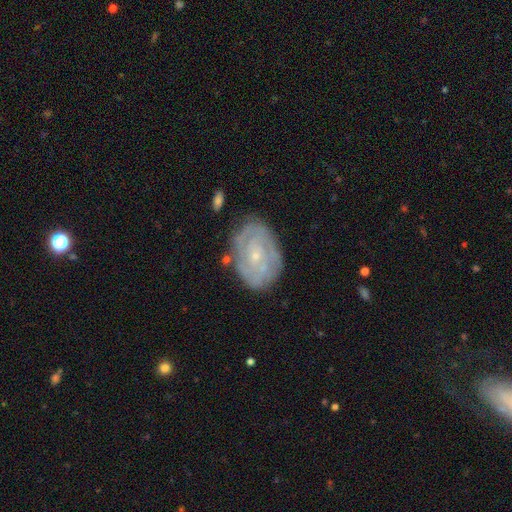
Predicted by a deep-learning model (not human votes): The model was most divided on "spiral arm count": can't tell: 50%, 2: 21%, 3: 12%, 4: 8%, more than 4: 5%, 1: 4%. More confident: edge-on disk — no (96%); spiral arms — yes (82%); bulge size — small (77%); merging — none (75%); smooth or featured — featured or disk (73%); spiral winding — tight (70%); bar — no (69%).